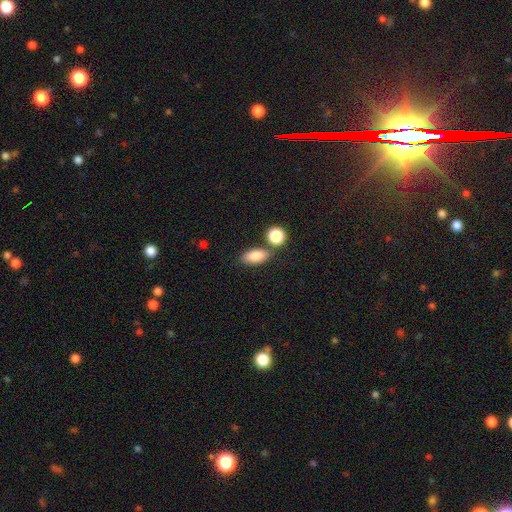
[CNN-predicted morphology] Smooth or featured? smooth (85%)
How rounded? in between (85%)
Merging? none (66%)